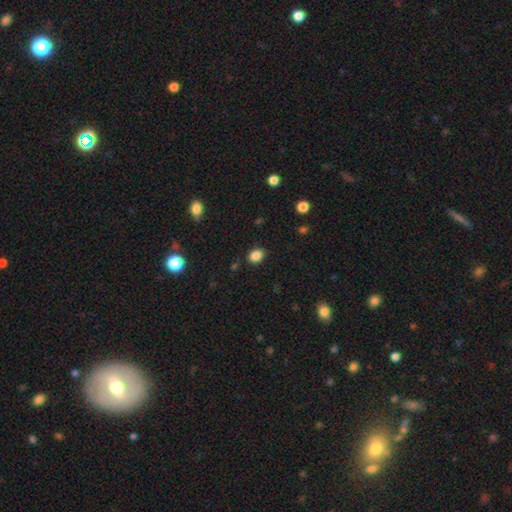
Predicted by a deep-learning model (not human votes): Morphology: type=smooth (85%); roundness=round (56%); merging=none (87%).